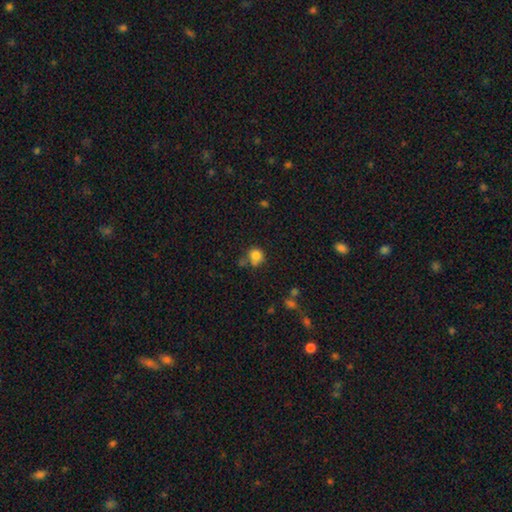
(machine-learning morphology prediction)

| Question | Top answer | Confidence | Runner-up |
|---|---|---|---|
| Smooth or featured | smooth | 81% | star or artifact (11%) |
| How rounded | round | 82% | in between (17%) |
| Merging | none | 56% | minor disturbance (19%) |